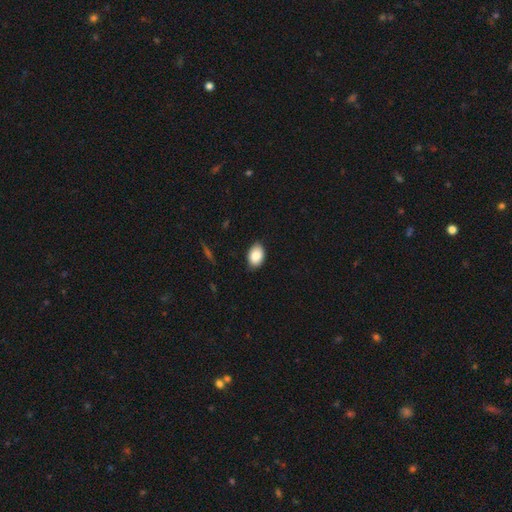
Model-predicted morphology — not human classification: smooth-or-featured: smooth: 86% | star or artifact: 7% | featured or disk: 7%
  how-rounded: in between: 87% | round: 12% | cigar-shaped: 1%
  merging: none: 84% | minor disturbance: 13% | major disturbance: 2% | merger: 1%